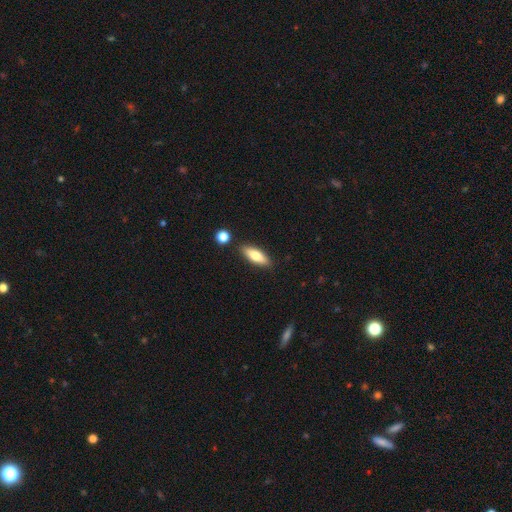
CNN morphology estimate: smooth 72%, featured or disk 22%, star or artifact 6%. Down the decision tree: how rounded — in between (60%); merging — none (86%).